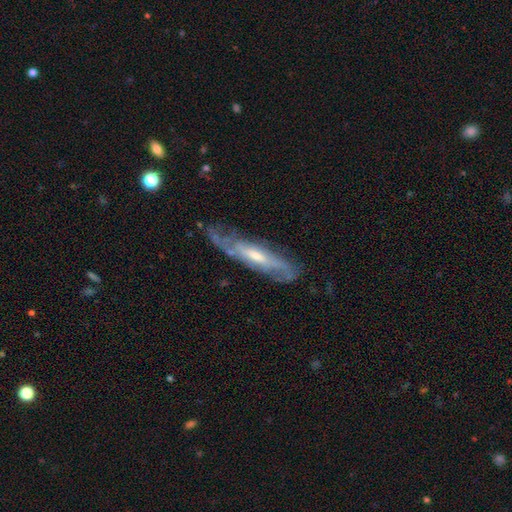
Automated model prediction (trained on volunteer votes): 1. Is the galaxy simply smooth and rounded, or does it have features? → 79% featured or disk, 15% smooth, 6% star or artifact.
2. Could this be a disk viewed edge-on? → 62% no, 38% yes.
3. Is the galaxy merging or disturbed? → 65% none, 23% minor disturbance, 10% major disturbance, 2% merger.